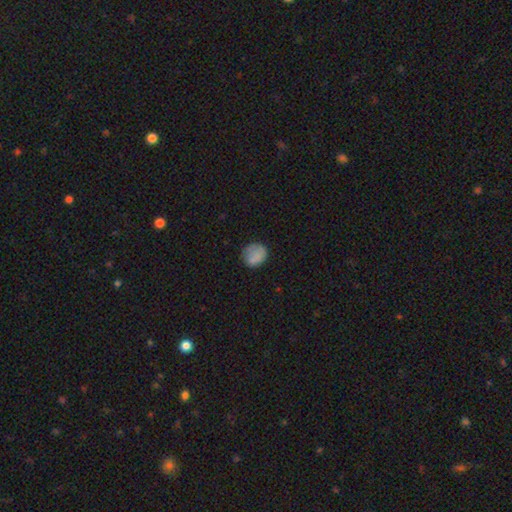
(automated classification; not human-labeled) A smooth galaxy with no disk features (81%) that is round (74%).

Vote fractions:
- Smooth or featured? smooth: 81% / featured or disk: 10% / star or artifact: 9%
- How rounded? round: 74% / in between: 25% / cigar-shaped: 1%
- Merging? none: 67% / minor disturbance: 23% / major disturbance: 9% / merger: 1%